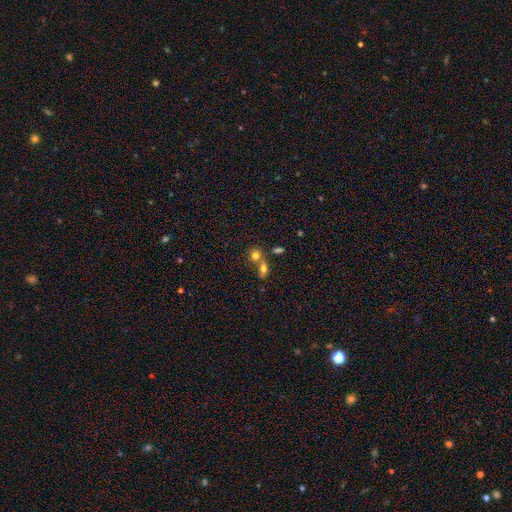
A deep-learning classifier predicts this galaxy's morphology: smooth_or_featured: smooth (p=0.75) [alt: featured or disk p=0.13]
how_rounded: round (p=0.69) [alt: in between p=0.29]
merging: merger (p=0.55) [alt: none p=0.34]